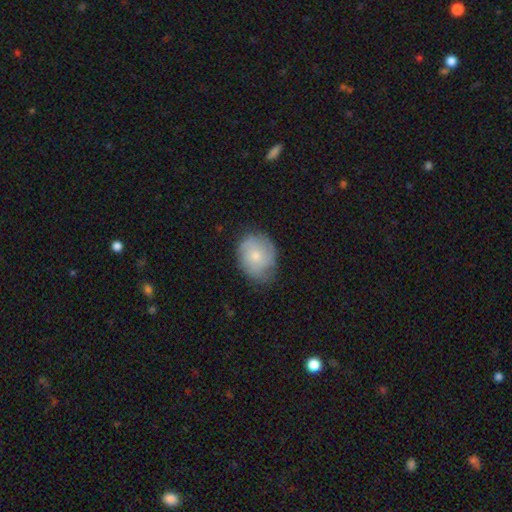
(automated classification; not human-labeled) Q: Smooth or featured?
A: smooth (52%); runner-up: featured or disk (41%)
Q: How rounded?
A: round (52%); runner-up: in between (47%)
Q: Merging?
A: none (65%); runner-up: minor disturbance (27%)